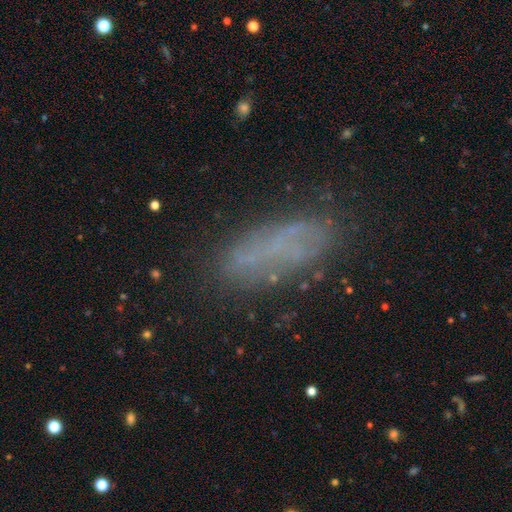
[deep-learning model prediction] A smooth galaxy with no disk features (51%) that is in between round and cigar-shaped (67%). Merging: none (67%).